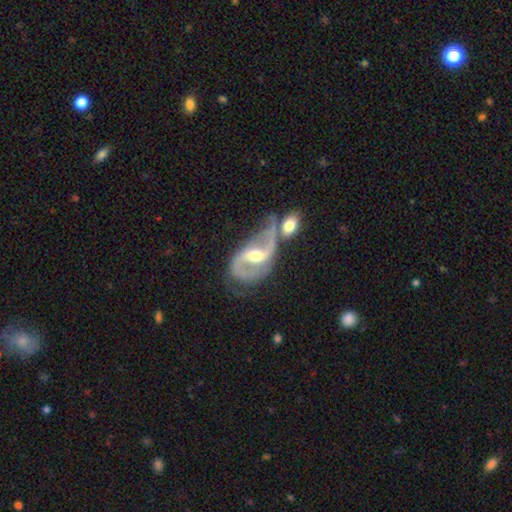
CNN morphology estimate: Q: Smooth or featured?
A: featured or disk (87%); runner-up: smooth (8%)
Q: Edge-on disk?
A: no (96%); runner-up: yes (4%)
Q: Bar?
A: weak (42%); runner-up: strong (40%)
Q: Spiral arms?
A: yes (93%); runner-up: no (7%)
Q: Spiral winding?
A: loose (51%); runner-up: medium (39%)
Q: Spiral arm count?
A: 2 (89%); runner-up: 1 (4%)
Q: Bulge size?
A: moderate (67%); runner-up: small (26%)
Q: Merging?
A: none (35%); runner-up: merger (30%)